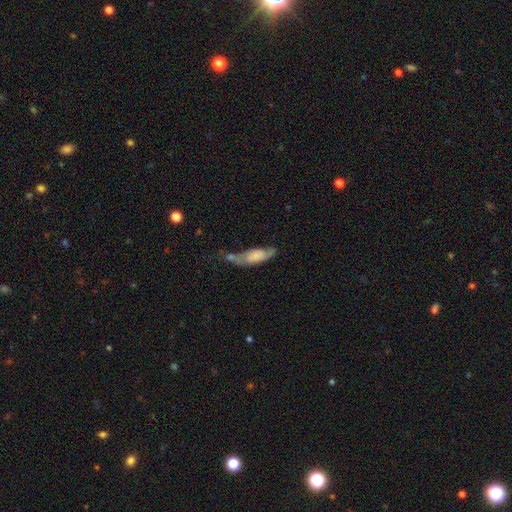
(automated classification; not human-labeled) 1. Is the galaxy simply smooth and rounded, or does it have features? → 66% smooth, 27% featured or disk, 7% star or artifact.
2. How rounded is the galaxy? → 55% in between, 43% cigar-shaped, 2% round.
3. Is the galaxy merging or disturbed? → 27% merger (tied), 27% minor disturbance (tied), 25% none, 21% major disturbance.